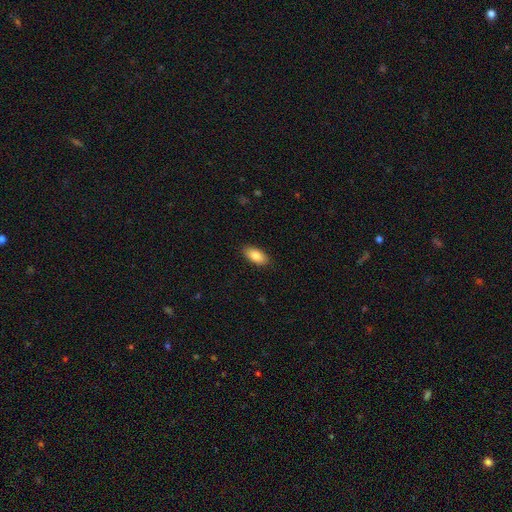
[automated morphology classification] Smooth or featured?
  - smooth: 86% *
  - featured or disk: 7%
  - star or artifact: 7%
How rounded?
  - in between: 92% *
  - cigar-shaped: 6%
  - round: 3%
Merging?
  - none: 88% *
  - minor disturbance: 9%
  - major disturbance: 2%
  - merger: 1%